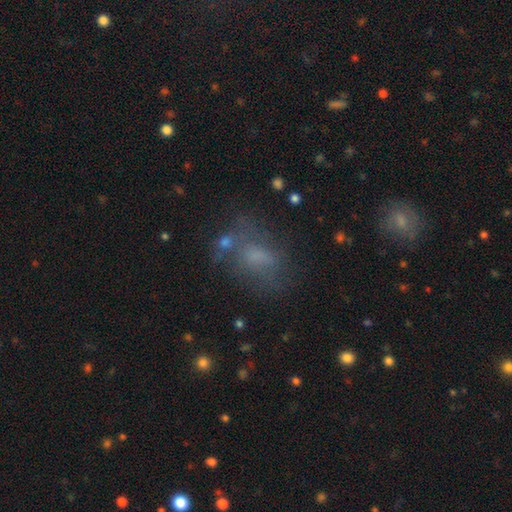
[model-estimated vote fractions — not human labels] The model was most divided on "smooth or featured": smooth: 56%, featured or disk: 23%, star or artifact: 21%. More confident: how rounded — in between (73%); merging — none (55%).